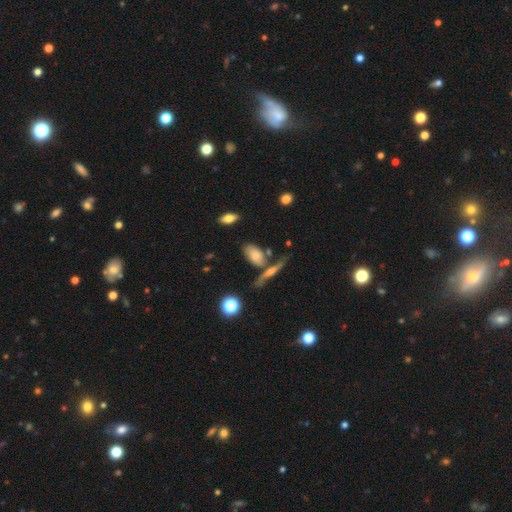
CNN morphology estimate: This appears to be a smooth galaxy with no disk features (70%) that is in between round and cigar-shaped (86%). Merging: none (49%).